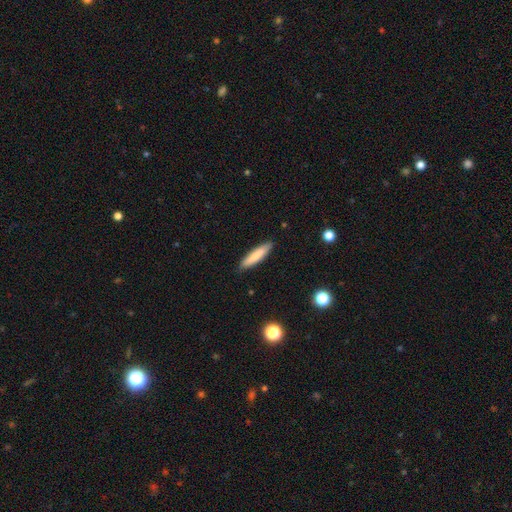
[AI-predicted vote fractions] Overall: smooth (79%). How rounded: cigar-shaped (83%). Merging: none (89%).